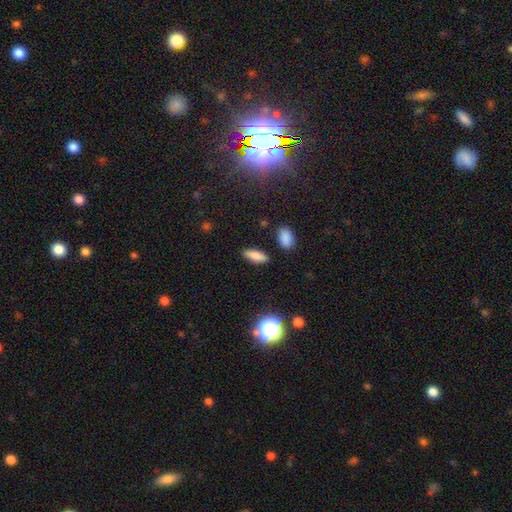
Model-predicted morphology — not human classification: The model was most divided on "how rounded": in between: 64%, cigar-shaped: 33%, round: 3%. More confident: merging — none (85%); smooth or featured — smooth (81%).